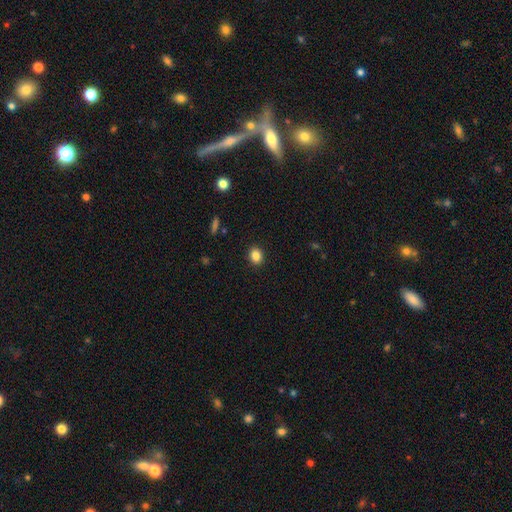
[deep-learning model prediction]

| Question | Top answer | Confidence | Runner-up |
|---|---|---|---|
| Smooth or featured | smooth | 85% | star or artifact (10%) |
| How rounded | round | 56% | in between (43%) |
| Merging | none | 90% | minor disturbance (7%) |